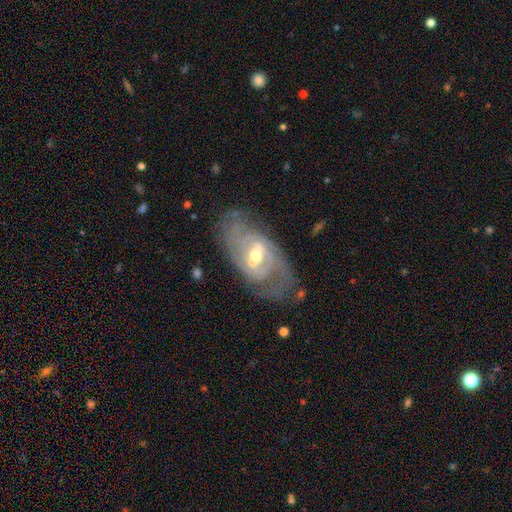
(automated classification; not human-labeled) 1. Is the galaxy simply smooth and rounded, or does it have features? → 87% featured or disk, 8% smooth, 5% star or artifact.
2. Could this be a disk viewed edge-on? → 95% no, 5% yes.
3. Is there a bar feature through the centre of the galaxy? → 49% weak, 32% strong, 19% no.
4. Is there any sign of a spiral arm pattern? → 93% yes, 7% no.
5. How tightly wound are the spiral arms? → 58% tight, 33% medium, 9% loose.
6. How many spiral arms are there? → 44% 2, 28% can't tell, 15% 3, 6% 4, 4% 1, 4% more than 4.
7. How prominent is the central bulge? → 58% moderate, 37% small, 4% large, 1% none, 1% dominant.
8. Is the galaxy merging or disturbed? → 66% none, 19% minor disturbance, 10% major disturbance, 5% merger.